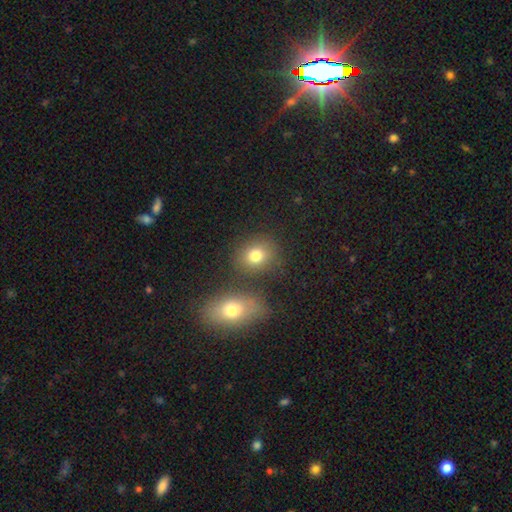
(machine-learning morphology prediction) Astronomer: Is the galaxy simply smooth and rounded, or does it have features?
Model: smooth — 77%.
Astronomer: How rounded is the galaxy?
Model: round — 62% (runner-up: in between, 37%).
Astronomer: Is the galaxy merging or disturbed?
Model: none — 69%.